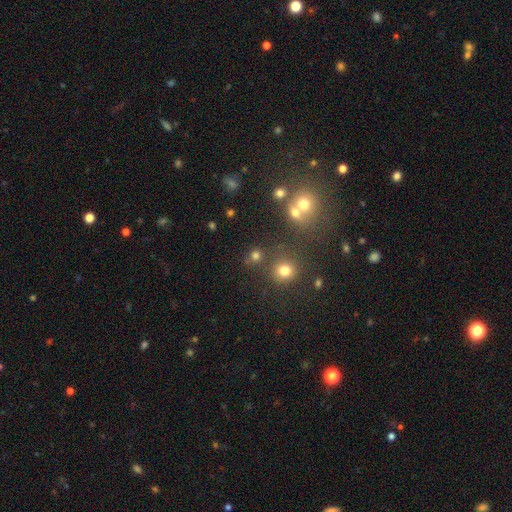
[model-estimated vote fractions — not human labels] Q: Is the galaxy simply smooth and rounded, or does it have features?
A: smooth — 72%.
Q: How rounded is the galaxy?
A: round — 87%.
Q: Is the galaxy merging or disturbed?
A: none — 75%.